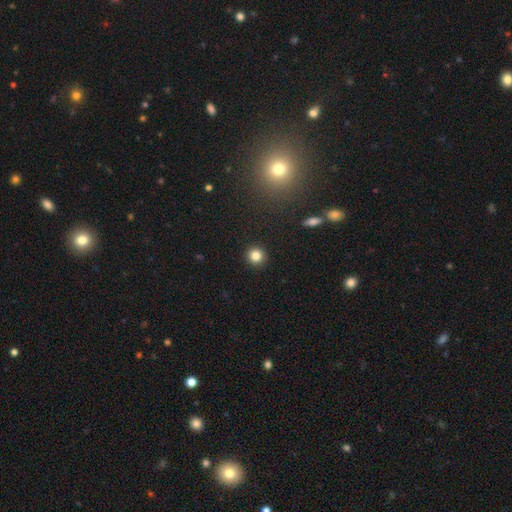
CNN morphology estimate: Smooth or featured?
  - smooth: 83% *
  - star or artifact: 12%
  - featured or disk: 5%
How rounded?
  - round: 95% *
  - in between: 5%
  - cigar-shaped: 1%
Merging?
  - none: 93% *
  - minor disturbance: 5%
  - major disturbance: 2%
  - merger: 1%